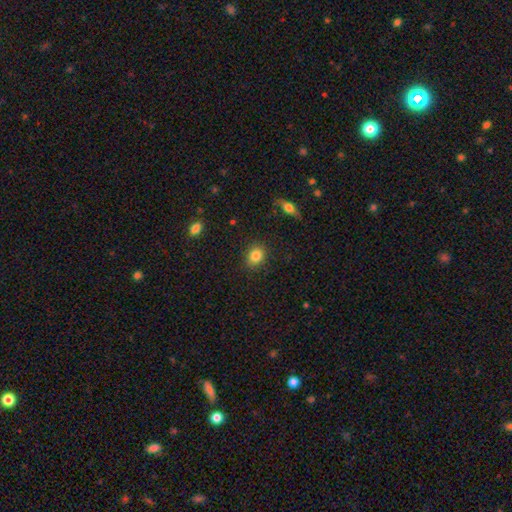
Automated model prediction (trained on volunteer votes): This appears to be a smooth galaxy with no disk features (84%) that is round (55%). Merging: none (87%).